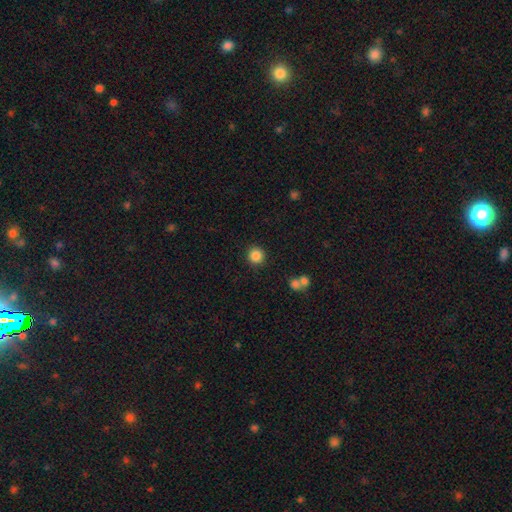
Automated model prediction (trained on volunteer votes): smooth_or_featured: smooth (p=0.86) [alt: star or artifact p=0.10]
how_rounded: round (p=0.94) [alt: in between p=0.05]
merging: none (p=0.89) [alt: minor disturbance p=0.06]